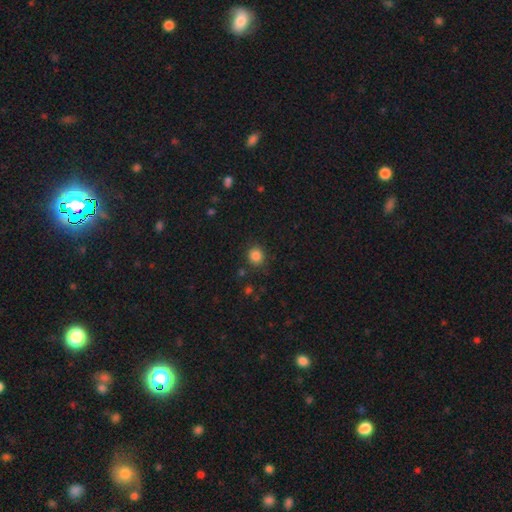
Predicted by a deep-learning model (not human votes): Smooth or featured? smooth (85%)
How rounded? round (86%)
Merging? none (85%)